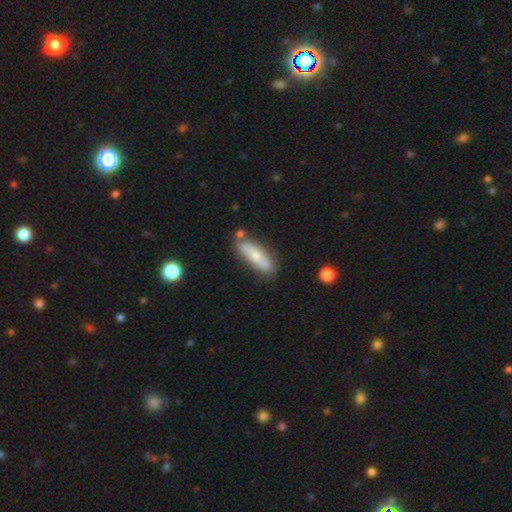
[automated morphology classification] A smooth galaxy with no disk features (58%) that is cigar-shaped (52%).

Vote fractions:
- Smooth or featured? smooth: 58% / featured or disk: 36% / star or artifact: 6%
- How rounded? cigar-shaped: 52% / in between: 46% / round: 2%
- Merging? none: 72% / minor disturbance: 15% / merger: 9% / major disturbance: 4%